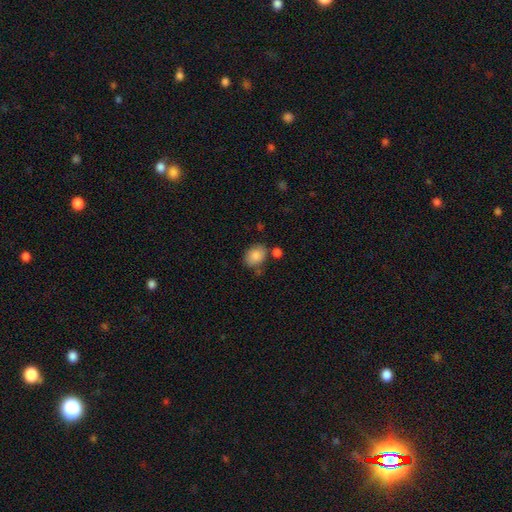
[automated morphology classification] smooth_or_featured: smooth (p=0.86) [alt: star or artifact p=0.08]
how_rounded: in between (p=0.61) [alt: round p=0.38]
merging: none (p=0.67) [alt: minor disturbance p=0.18]